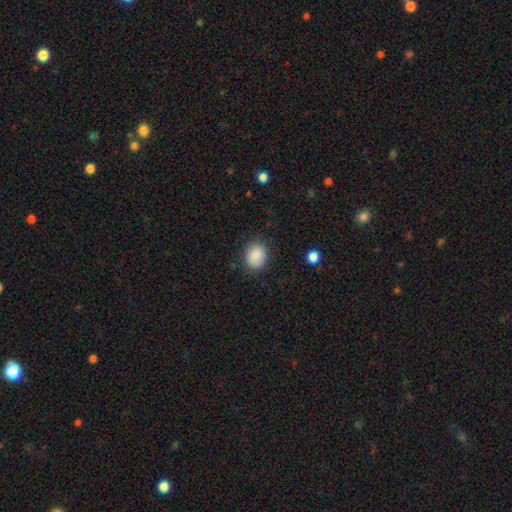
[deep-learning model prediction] This is clearly a smooth galaxy (88%). How rounded: possibly in between (52%). Merging: clearly none (84%).